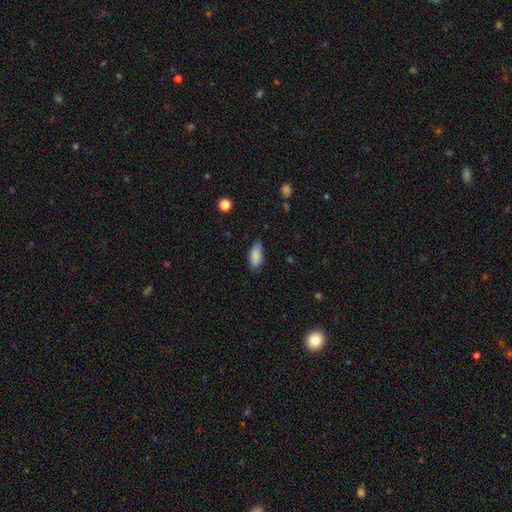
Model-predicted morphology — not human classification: This appears to be a smooth galaxy with no disk features (86%) that is in between round and cigar-shaped (88%). Merging: none (67%).